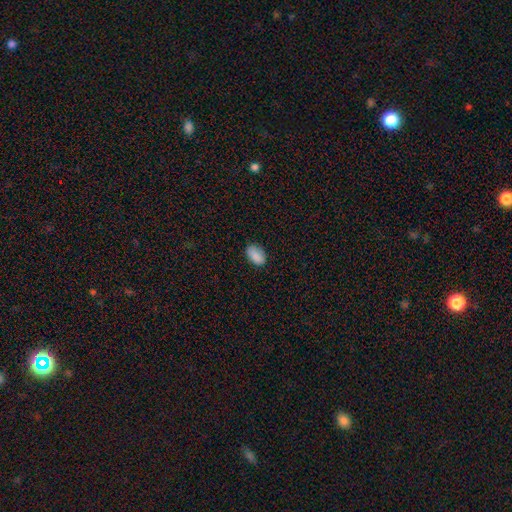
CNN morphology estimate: Overall: smooth (87%). How rounded: in between (90%). Merging: none (79%).